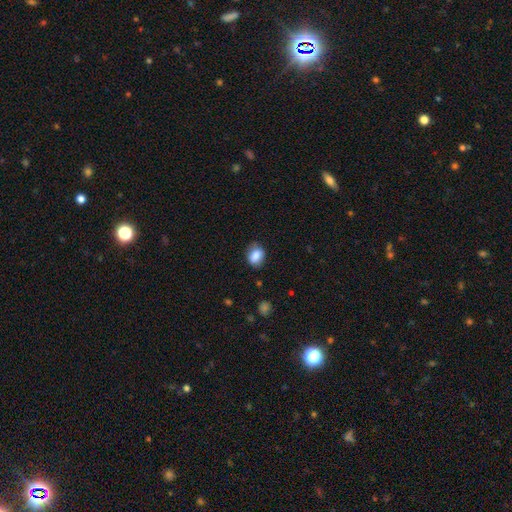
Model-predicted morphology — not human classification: Smooth or featured: smooth — 85% (star or artifact — 8%)
How rounded: in between — 60% (round — 39%)
Merging: none — 75% (minor disturbance — 19%)